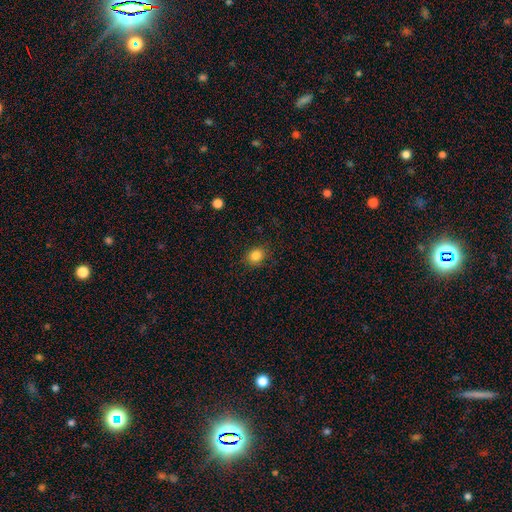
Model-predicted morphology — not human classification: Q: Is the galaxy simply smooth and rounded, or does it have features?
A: smooth — 84%.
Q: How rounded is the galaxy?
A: round — 67%.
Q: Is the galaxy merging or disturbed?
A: none — 85%.